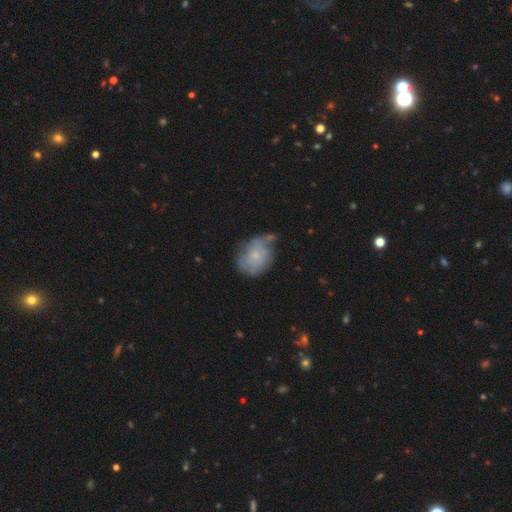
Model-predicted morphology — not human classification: smooth_or_featured: featured or disk (p=0.48) [alt: smooth p=0.44]
merging: none (p=0.43) [alt: minor disturbance p=0.35]